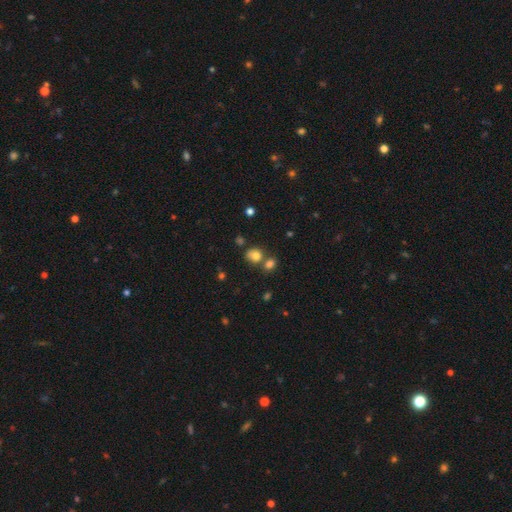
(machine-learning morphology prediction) This is likely a smooth galaxy (79%). How rounded: possibly round (59%). Merging: possibly none (54%).